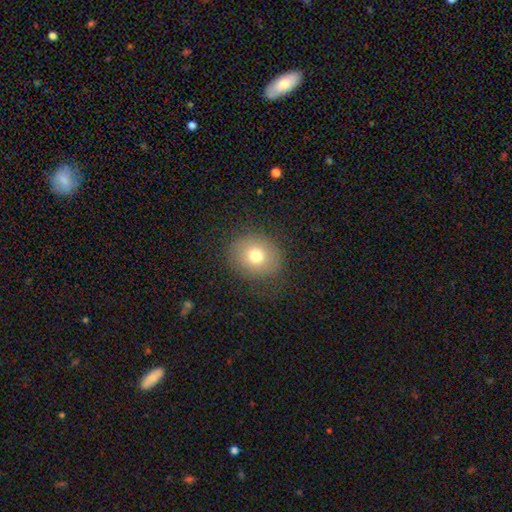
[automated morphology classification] A smooth galaxy with no disk features (75%) that is round (74%).

Vote fractions:
- Smooth or featured? smooth: 75% / featured or disk: 13% / star or artifact: 12%
- How rounded? round: 74% / in between: 26% / cigar-shaped: 1%
- Merging? none: 79% / minor disturbance: 13% / major disturbance: 7% / merger: 1%